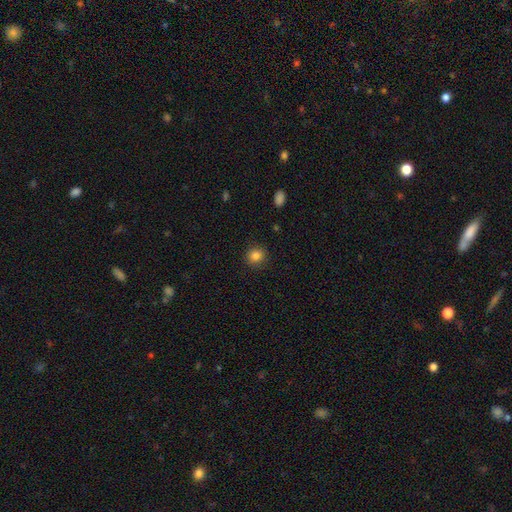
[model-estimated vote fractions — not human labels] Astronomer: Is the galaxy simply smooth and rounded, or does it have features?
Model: smooth — 85%.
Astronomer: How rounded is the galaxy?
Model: round — 88%.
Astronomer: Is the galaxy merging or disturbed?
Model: none — 89%.